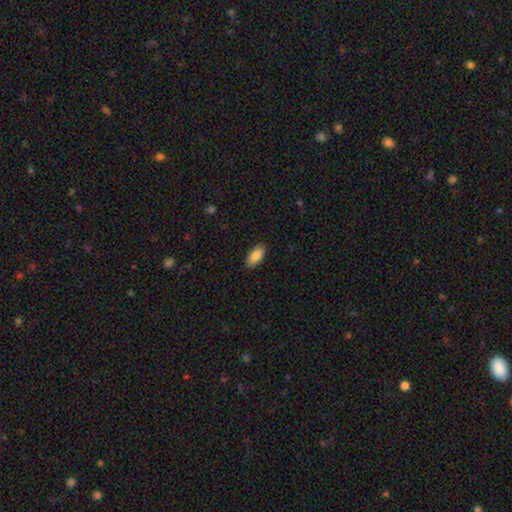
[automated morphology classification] Q: Smooth or featured?
A: smooth (87%); runner-up: featured or disk (7%)
Q: How rounded?
A: in between (91%); runner-up: cigar-shaped (7%)
Q: Merging?
A: none (88%); runner-up: minor disturbance (9%)